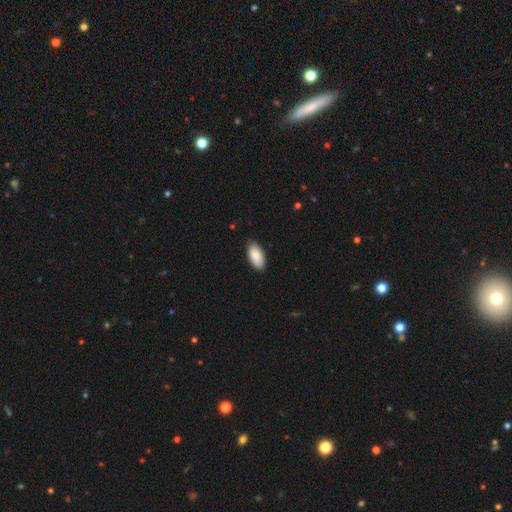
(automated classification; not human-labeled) The model was most divided on "merging": none: 86%, minor disturbance: 11%, major disturbance: 2%, merger: 1%. More confident: how rounded — in between (94%); smooth or featured — smooth (88%).